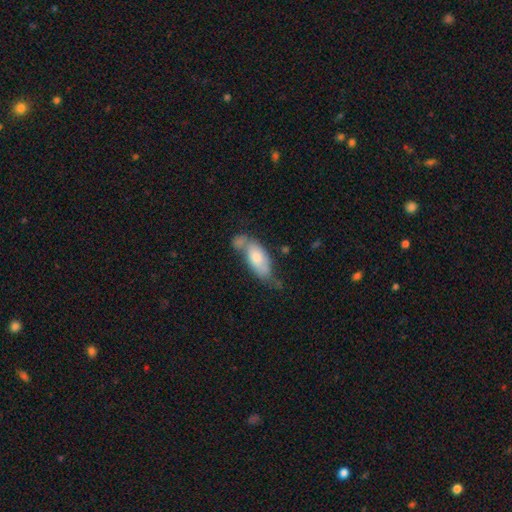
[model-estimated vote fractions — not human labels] Morphology: type=smooth (67%); roundness=in between (84%); merging=none (35%).